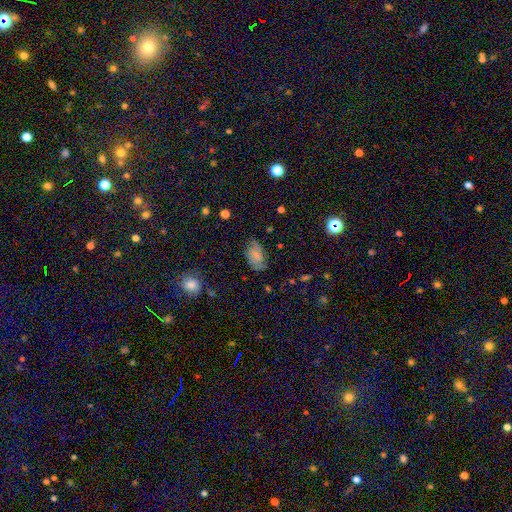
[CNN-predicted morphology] Smooth or featured? Predicted: smooth (p=0.55). How rounded? Predicted: in between (p=0.90). Merging? Predicted: none (p=0.70).